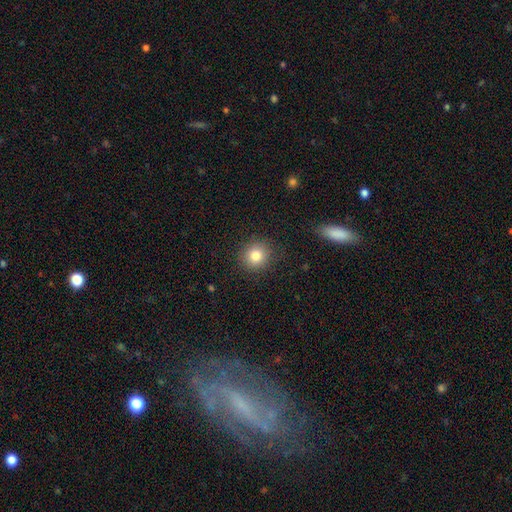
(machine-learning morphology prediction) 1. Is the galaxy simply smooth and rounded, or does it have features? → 82% smooth, 11% star or artifact, 7% featured or disk.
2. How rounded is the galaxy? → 89% round, 10% in between, 1% cigar-shaped.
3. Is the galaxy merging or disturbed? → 89% none, 8% minor disturbance, 3% major disturbance, 1% merger.